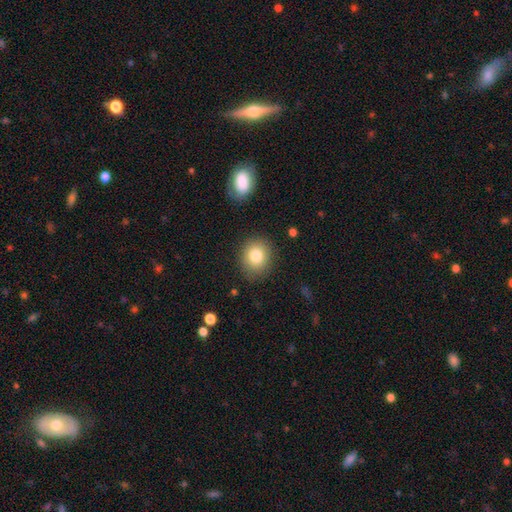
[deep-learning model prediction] Morphology: type=smooth (81%); roundness=round (73%); merging=none (87%).